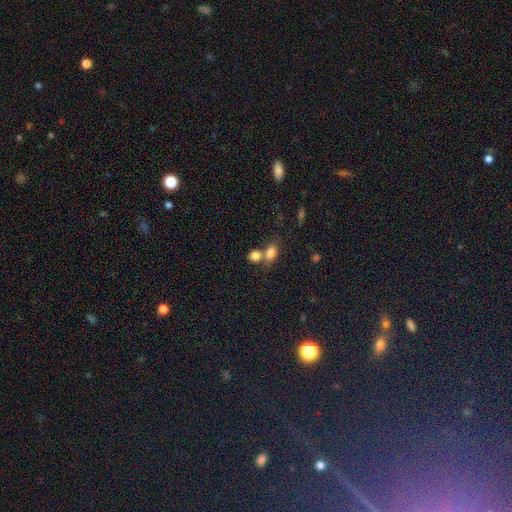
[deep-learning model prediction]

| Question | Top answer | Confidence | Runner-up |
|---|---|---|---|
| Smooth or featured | smooth | 82% | star or artifact (11%) |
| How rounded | round | 52% | in between (46%) |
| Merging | merger | 49% | none (39%) |